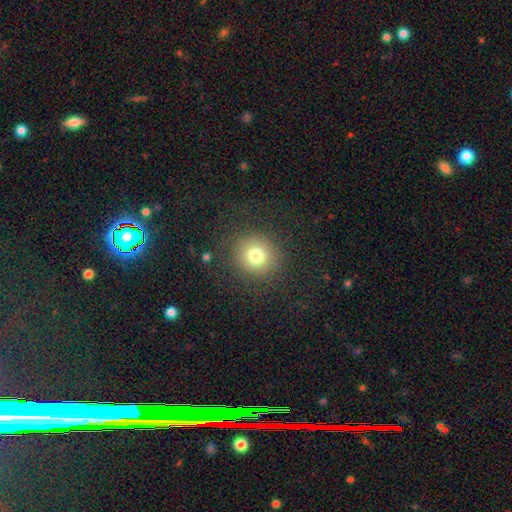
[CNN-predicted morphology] smooth-or-featured: smooth: 76% | star or artifact: 14% | featured or disk: 10%
  how-rounded: round: 90% | in between: 9% | cigar-shaped: 1%
  merging: none: 86% | minor disturbance: 8% | major disturbance: 5% | merger: 1%